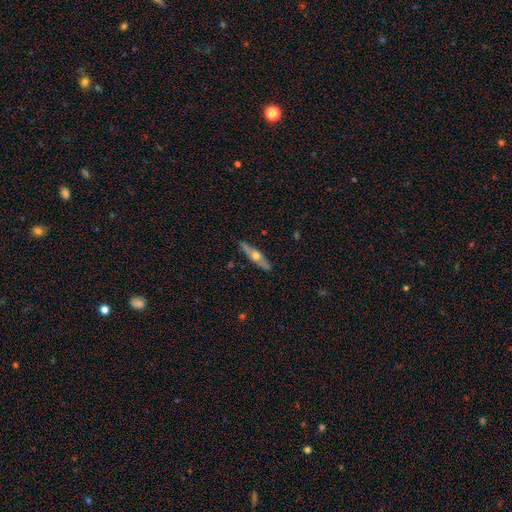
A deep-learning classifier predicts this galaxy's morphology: The model was most divided on "smooth or featured": featured or disk: 63%, smooth: 31%, star or artifact: 6%. More confident: edge-on bulge — rounded (94%); edge-on disk — yes (88%); merging — none (87%).